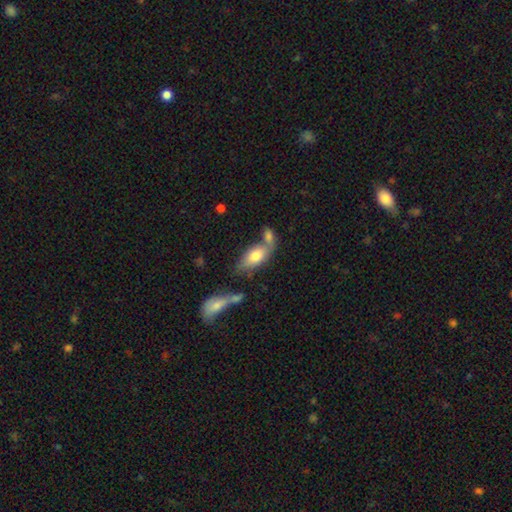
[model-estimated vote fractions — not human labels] Q: Smooth or featured?
A: smooth (74%); runner-up: featured or disk (20%)
Q: How rounded?
A: in between (88%); runner-up: cigar-shaped (8%)
Q: Merging?
A: none (42%); runner-up: merger (37%)